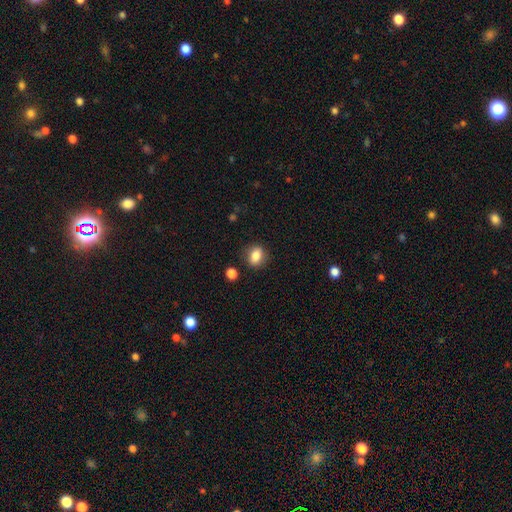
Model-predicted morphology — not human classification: A smooth galaxy with no disk features (84%) that is in between round and cigar-shaped (55%). Merging: none (84%).